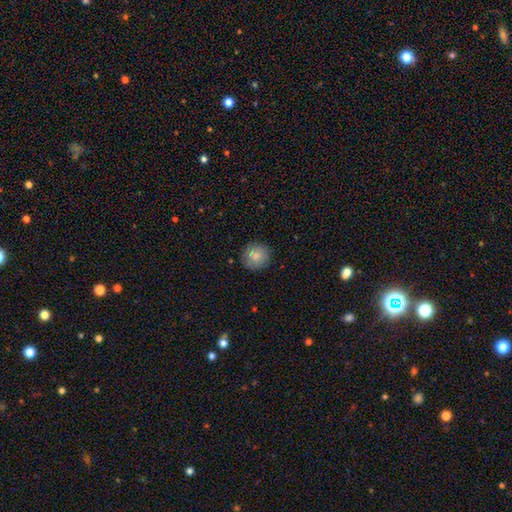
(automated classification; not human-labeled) Q: Smooth or featured?
A: smooth (84%); runner-up: featured or disk (8%)
Q: How rounded?
A: round (91%); runner-up: in between (8%)
Q: Merging?
A: none (86%); runner-up: minor disturbance (11%)